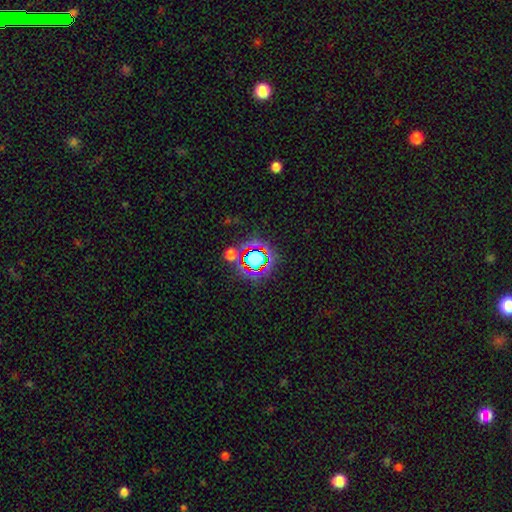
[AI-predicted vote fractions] Overall: star or artifact (55%; smooth 31%).